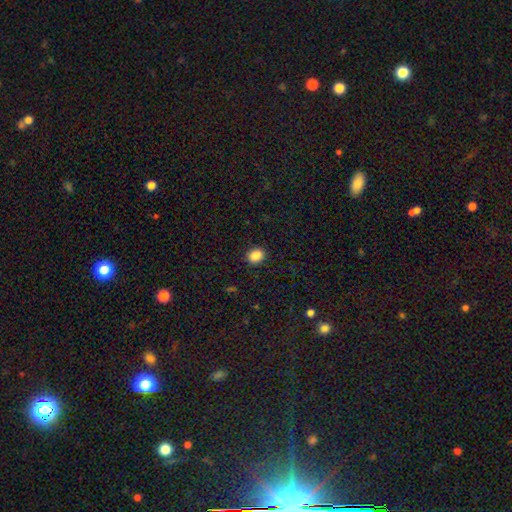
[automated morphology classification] This appears to be a smooth galaxy with no disk features (88%) that is in between round and cigar-shaped (55%). Merging: none (89%).